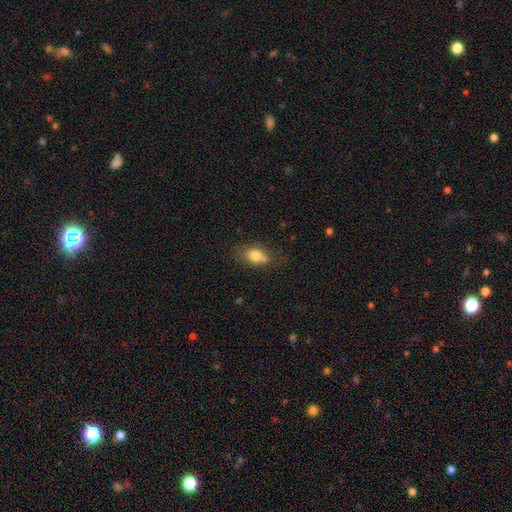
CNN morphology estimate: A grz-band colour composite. It shows a smooth galaxy with no disk features (77%) that is in between round and cigar-shaped (71%). Merging: none (53%).